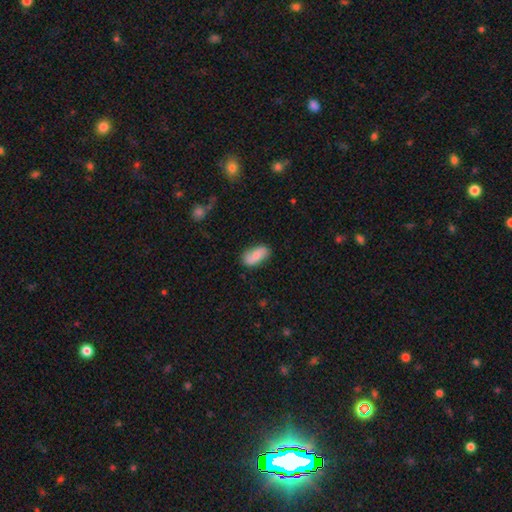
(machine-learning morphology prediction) A smooth galaxy with no disk features (77%) that is in between round and cigar-shaped (90%). Merging: none (77%).